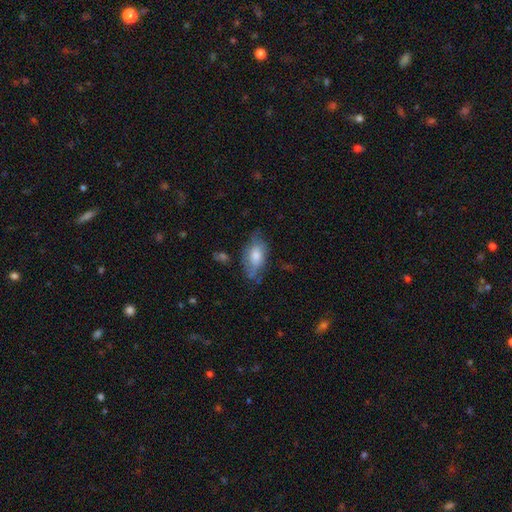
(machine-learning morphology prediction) The model was most divided on "smooth or featured": smooth: 58%, featured or disk: 34%, star or artifact: 8%. More confident: how rounded — in between (88%); merging — none (60%).